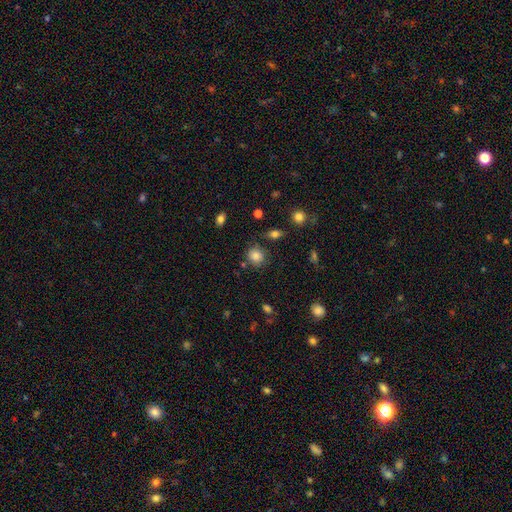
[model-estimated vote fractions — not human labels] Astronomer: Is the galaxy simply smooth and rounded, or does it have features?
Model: smooth — 81%.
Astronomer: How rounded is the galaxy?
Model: round — 80%.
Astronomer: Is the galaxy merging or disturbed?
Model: none — 77%.